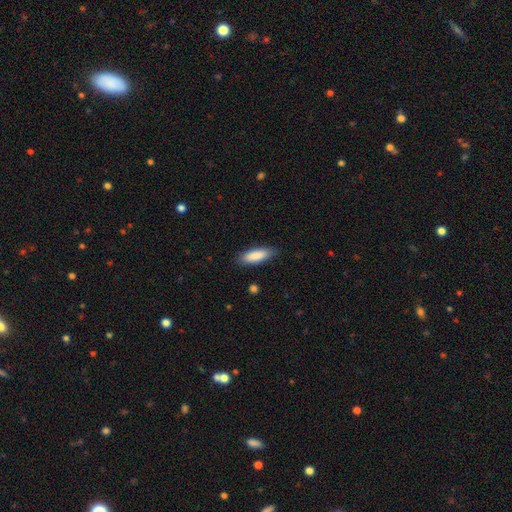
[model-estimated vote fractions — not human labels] smooth 87%, featured or disk 7%, star or artifact 6%. Down the decision tree: how rounded — in between (57%); merging — none (86%).